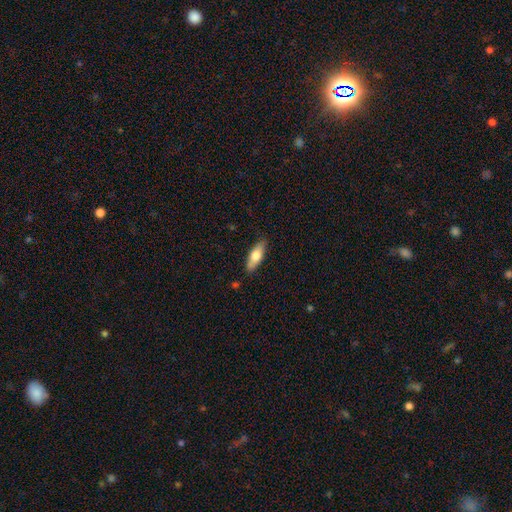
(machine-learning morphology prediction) smooth 66%, featured or disk 28%, star or artifact 6%. Down the decision tree: how rounded — in between (60%); merging — none (85%).